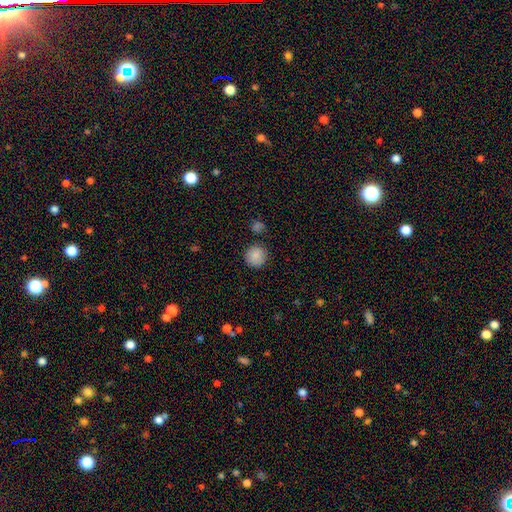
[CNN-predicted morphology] A smooth galaxy with no disk features (87%) that is round (93%). Merging: none (84%).